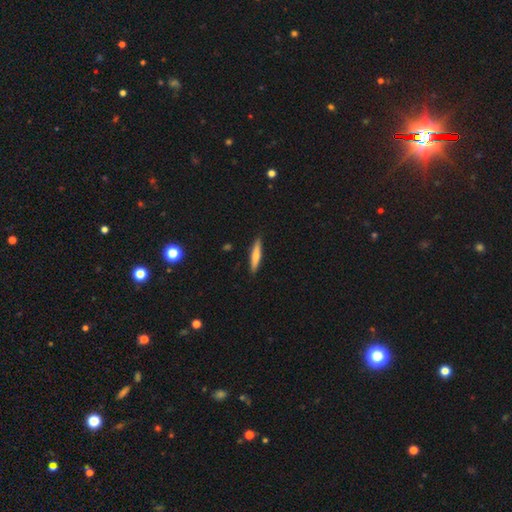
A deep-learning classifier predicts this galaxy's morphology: Smooth or featured?
  - smooth: 65% *
  - featured or disk: 29%
  - star or artifact: 6%
How rounded?
  - cigar-shaped: 89% *
  - in between: 10%
  - round: 1%
Merging?
  - none: 89% *
  - minor disturbance: 8%
  - major disturbance: 2%
  - merger: 1%